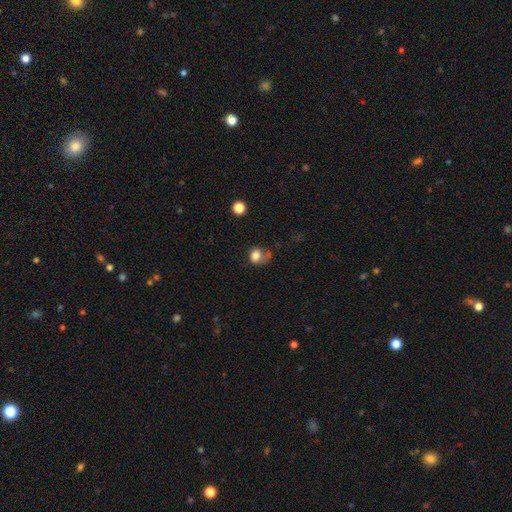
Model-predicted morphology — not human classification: Smooth or featured? smooth (77%)
How rounded? round (59%)
Merging? none (38%)